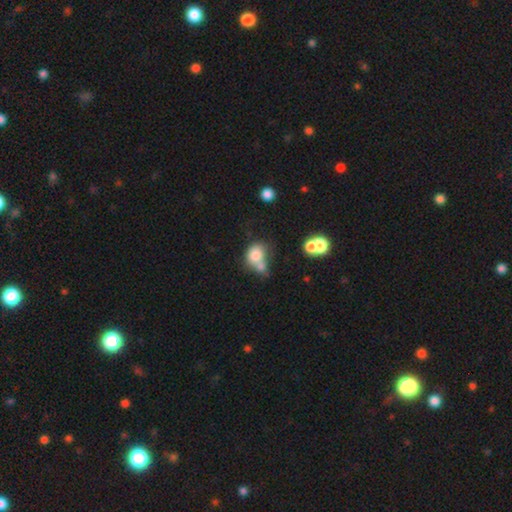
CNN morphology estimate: This appears to be a smooth galaxy with no disk features (75%) that is round (55%). Merging: merger (48%).